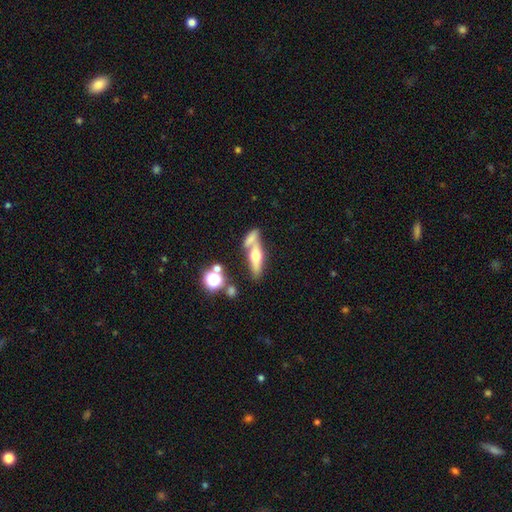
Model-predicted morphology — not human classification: smooth-or-featured: featured or disk: 48% | smooth: 42% | star or artifact: 9%
  merging: none: 47% | merger: 34% | minor disturbance: 13% | major disturbance: 6%